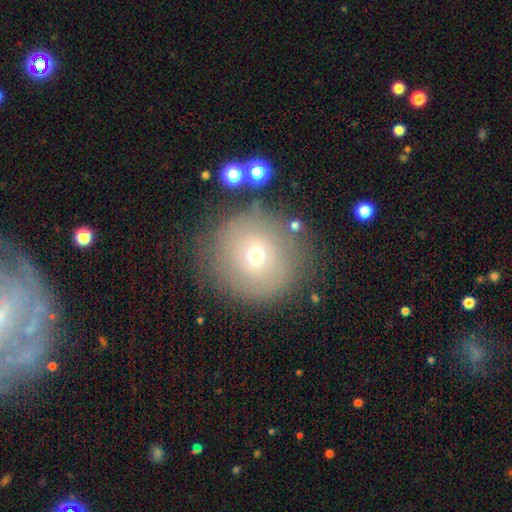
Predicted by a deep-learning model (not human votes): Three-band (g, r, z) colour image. It shows a smooth galaxy with no disk features (59%) that is round (93%). Merging: none (77%).